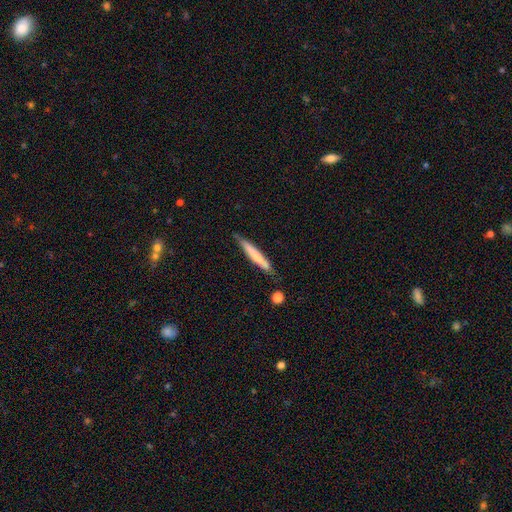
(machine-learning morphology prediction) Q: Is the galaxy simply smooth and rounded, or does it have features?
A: smooth — 65%.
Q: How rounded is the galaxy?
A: cigar-shaped — 95%.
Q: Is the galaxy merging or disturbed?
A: none — 76%.